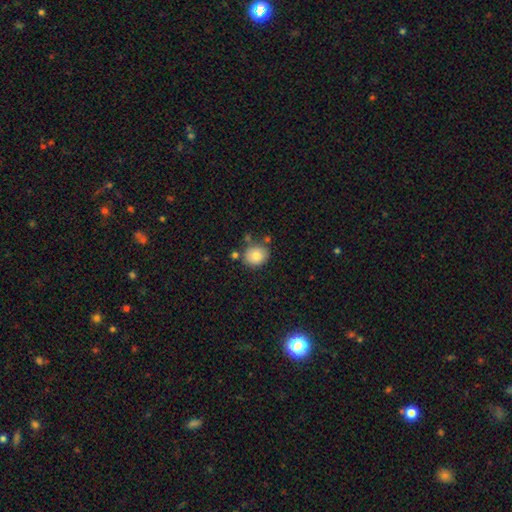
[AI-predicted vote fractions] Smooth or featured?
  - smooth: 81% *
  - featured or disk: 10%
  - star or artifact: 9%
How rounded?
  - round: 72% *
  - in between: 28%
  - cigar-shaped: 1%
Merging?
  - none: 74% *
  - minor disturbance: 14%
  - merger: 9%
  - major disturbance: 3%